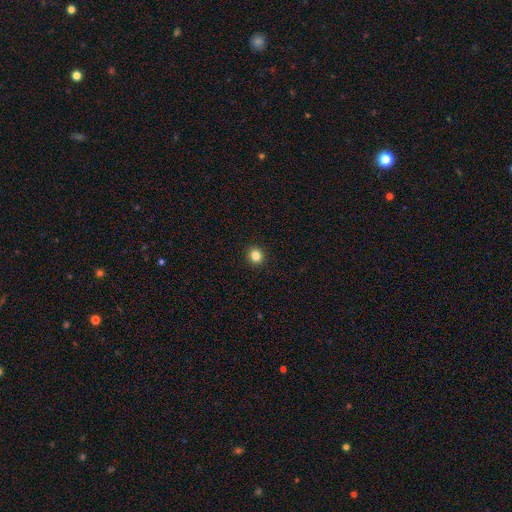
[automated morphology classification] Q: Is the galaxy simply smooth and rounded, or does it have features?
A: smooth — 84%.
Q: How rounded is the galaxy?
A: round — 85%.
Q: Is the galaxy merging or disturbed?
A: none — 93%.